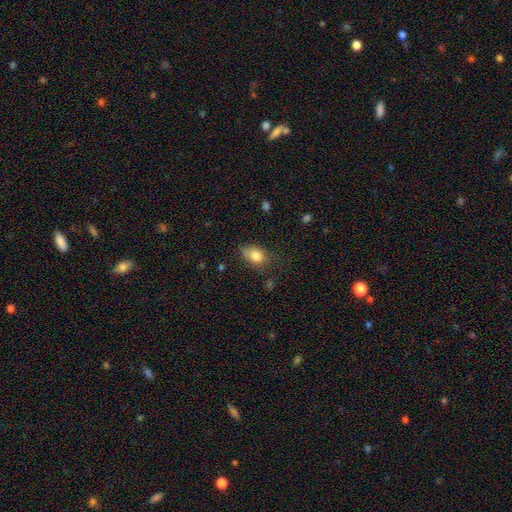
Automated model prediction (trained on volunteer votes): Smooth or featured?
  - smooth: 81% *
  - featured or disk: 9%
  - star or artifact: 9%
How rounded?
  - in between: 75% *
  - round: 23%
  - cigar-shaped: 2%
Merging?
  - none: 54% *
  - minor disturbance: 32%
  - major disturbance: 11%
  - merger: 3%